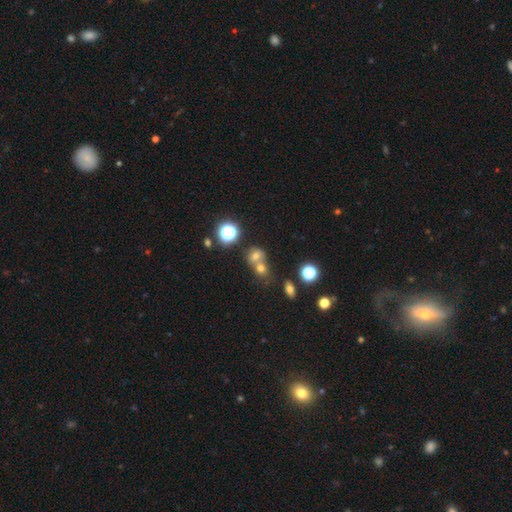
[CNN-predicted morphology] Smooth or featured? smooth (65%)
How rounded? round (73%)
Merging? merger (53%)